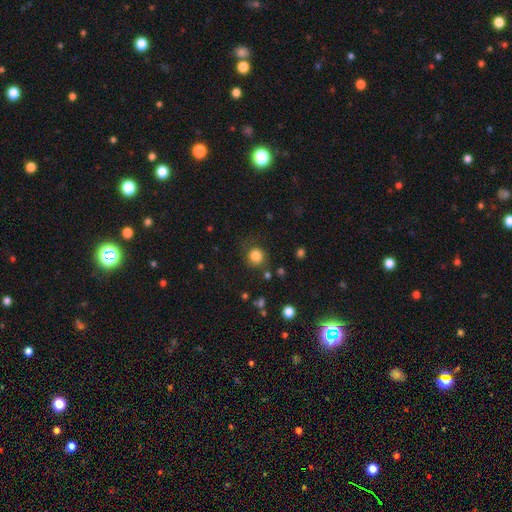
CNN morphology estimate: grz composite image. It shows a smooth galaxy with no disk features (82%) that is round (86%). Merging: none (69%).